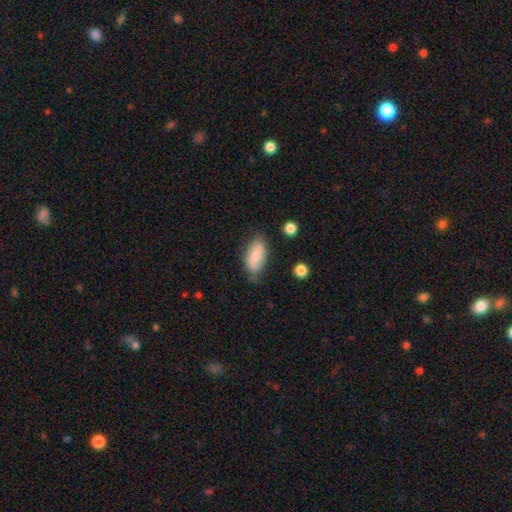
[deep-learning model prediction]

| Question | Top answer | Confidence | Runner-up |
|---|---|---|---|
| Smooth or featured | smooth | 71% | featured or disk (22%) |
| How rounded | in between | 91% | cigar-shaped (5%) |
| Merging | none | 69% | minor disturbance (23%) |